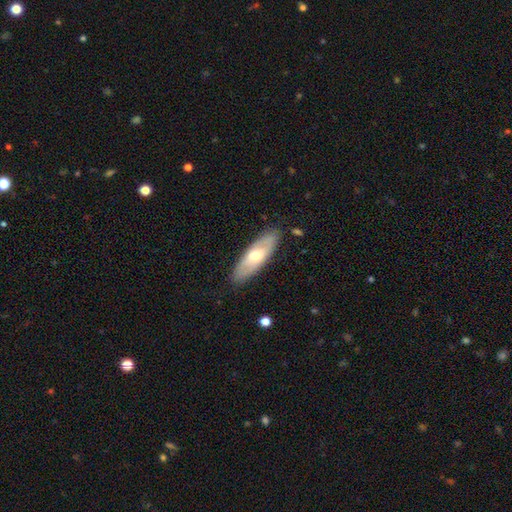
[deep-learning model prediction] A featured or disk galaxy (47%, tied with smooth).

Vote fractions:
- Smooth or featured? featured or disk: 47% (tied) / smooth: 47% (tied) / star or artifact: 6%
- Merging? none: 85% / minor disturbance: 11% / major disturbance: 2% / merger: 1%